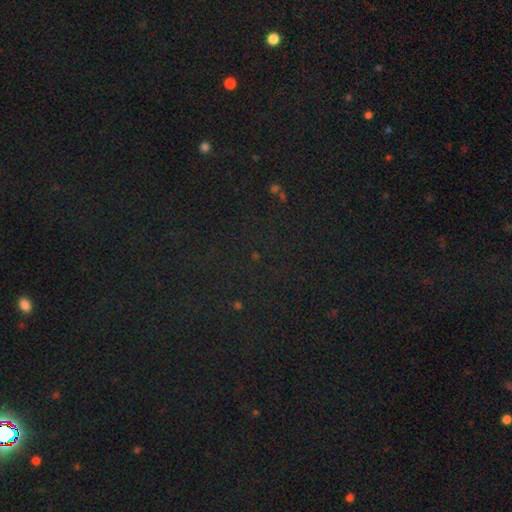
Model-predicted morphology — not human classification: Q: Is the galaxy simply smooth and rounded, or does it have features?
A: star or artifact — 79%.